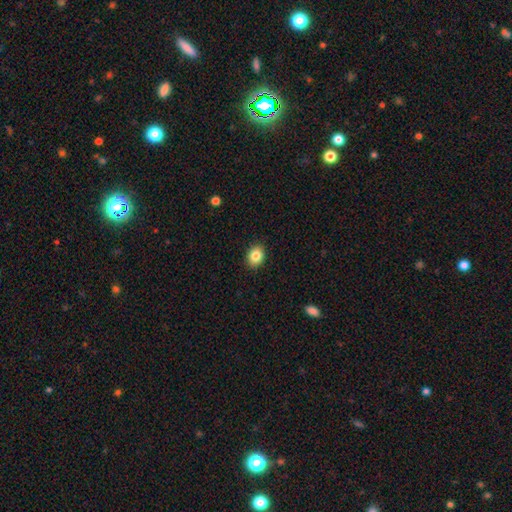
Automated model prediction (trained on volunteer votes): smooth-or-featured: smooth: 84% | star or artifact: 9% | featured or disk: 7%
  how-rounded: in between: 59% | round: 40% | cigar-shaped: 1%
  merging: none: 89% | minor disturbance: 8% | major disturbance: 2% | merger: 1%